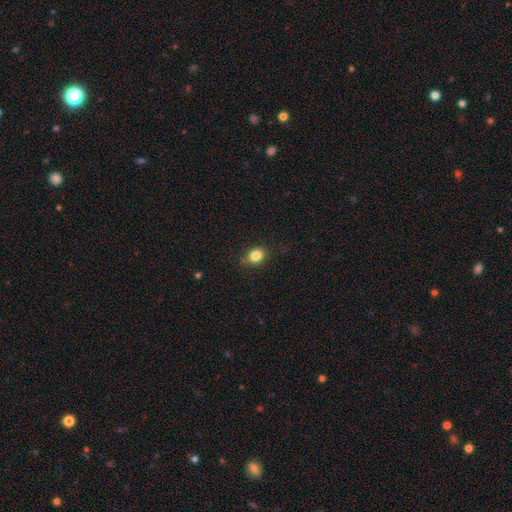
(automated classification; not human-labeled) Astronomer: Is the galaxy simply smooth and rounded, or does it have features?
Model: smooth — 83%.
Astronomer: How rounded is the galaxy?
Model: round — 52% (runner-up: in between, 46%).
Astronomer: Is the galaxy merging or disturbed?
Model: none — 79%.